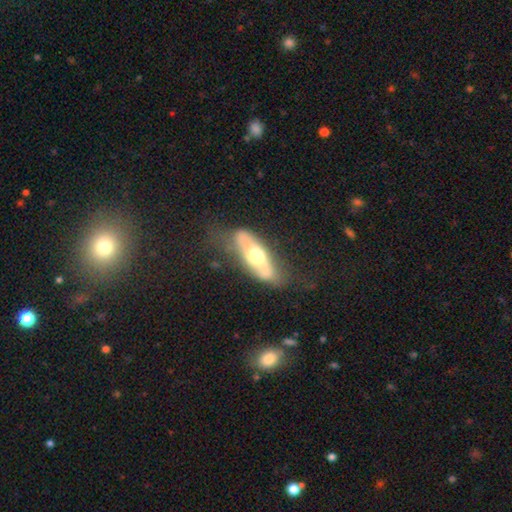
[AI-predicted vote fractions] This appears to be a featured or disk galaxy (59%). Merging: none (62%).